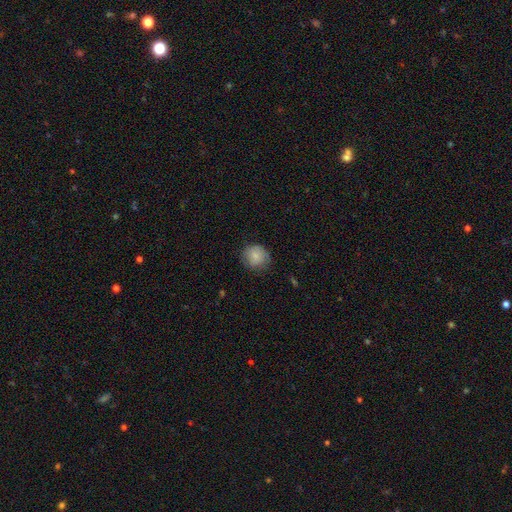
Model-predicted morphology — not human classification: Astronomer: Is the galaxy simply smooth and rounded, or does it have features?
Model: smooth — 78%.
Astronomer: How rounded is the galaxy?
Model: round — 86%.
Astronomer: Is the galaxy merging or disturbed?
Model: none — 73%.